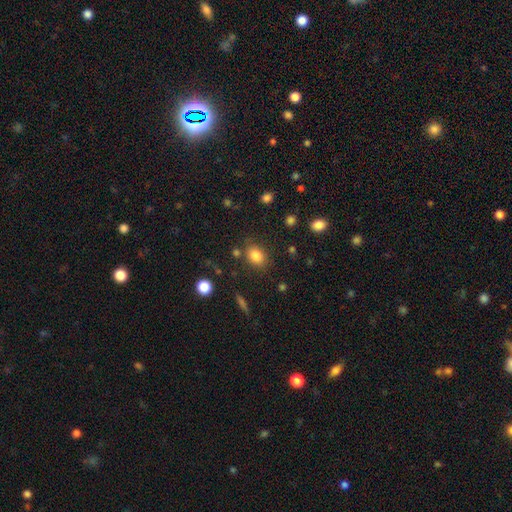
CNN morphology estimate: Smooth or featured? Predicted: smooth (p=0.83). How rounded? Predicted: in between (p=0.69). Merging? Predicted: none (p=0.78).